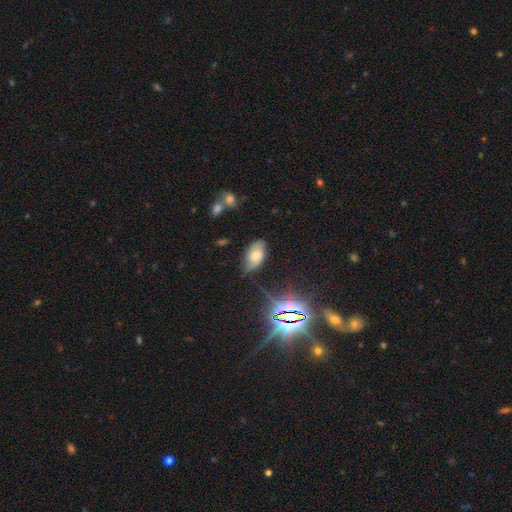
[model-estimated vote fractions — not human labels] Smooth or featured: smooth — 41% (star or artifact — 32%)
Merging: none — 68% (minor disturbance — 22%)